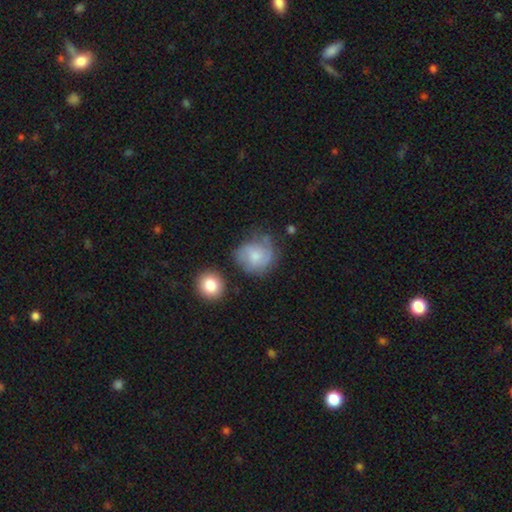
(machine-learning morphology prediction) Q: Smooth or featured?
A: smooth (58%); runner-up: featured or disk (33%)
Q: How rounded?
A: round (76%); runner-up: in between (23%)
Q: Merging?
A: none (53%); runner-up: minor disturbance (27%)